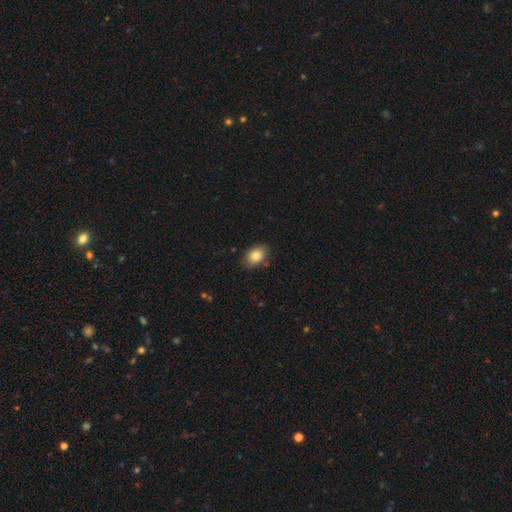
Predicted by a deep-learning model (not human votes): A smooth galaxy with no disk features (84%) that is in between round and cigar-shaped (86%).

Vote fractions:
- Smooth or featured? smooth: 84% / featured or disk: 8% / star or artifact: 7%
- How rounded? in between: 86% / round: 13% / cigar-shaped: 1%
- Merging? none: 82% / minor disturbance: 13% / major disturbance: 3% / merger: 2%